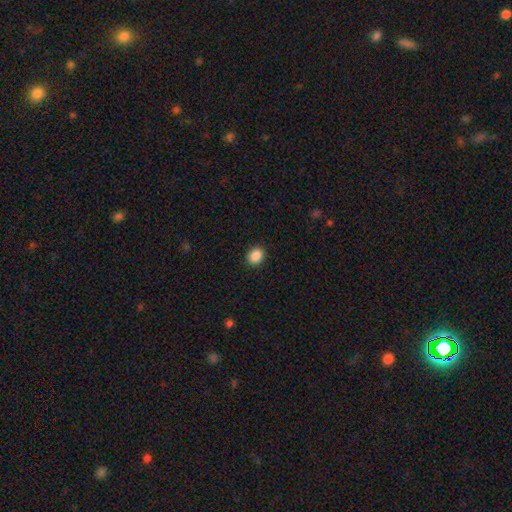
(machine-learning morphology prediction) smooth-or-featured: smooth: 88% | star or artifact: 9% | featured or disk: 3%
  how-rounded: round: 56% | in between: 43% | cigar-shaped: 1%
  merging: none: 90% | minor disturbance: 7% | major disturbance: 2% | merger: 1%